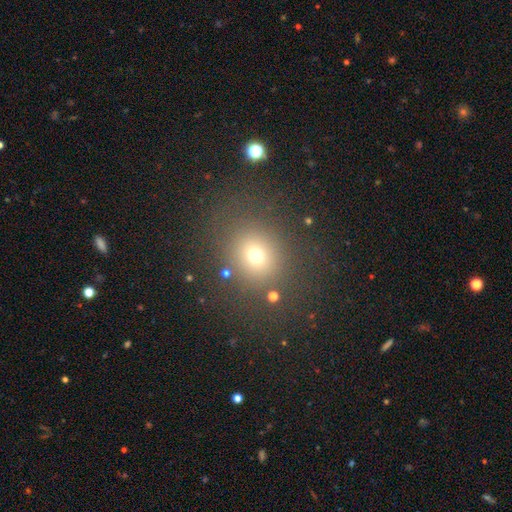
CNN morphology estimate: This appears to be a smooth galaxy with no disk features (68%) that is round (76%). Merging: none (80%).